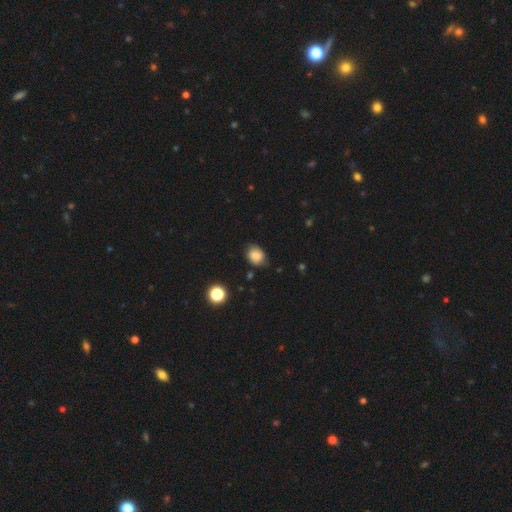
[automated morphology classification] A smooth galaxy with no disk features (80%) that is in between round and cigar-shaped (50%). Merging: none (73%).